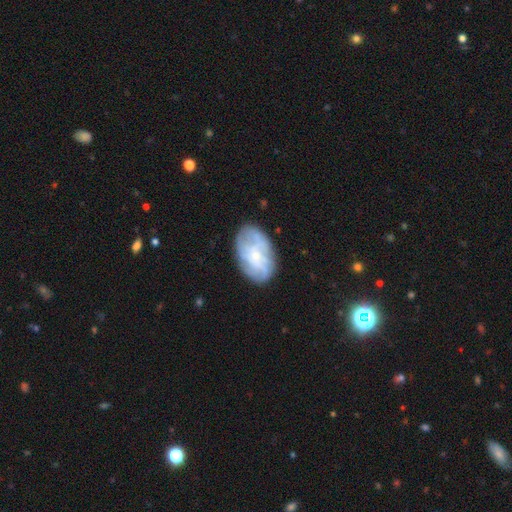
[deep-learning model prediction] featured or disk 62%, smooth 30%, star or artifact 8%. Down the decision tree: edge-on disk — no (96%); bar — no (79%); spiral arms — yes (70%); bulge size — small (74%); merging — none (70%).